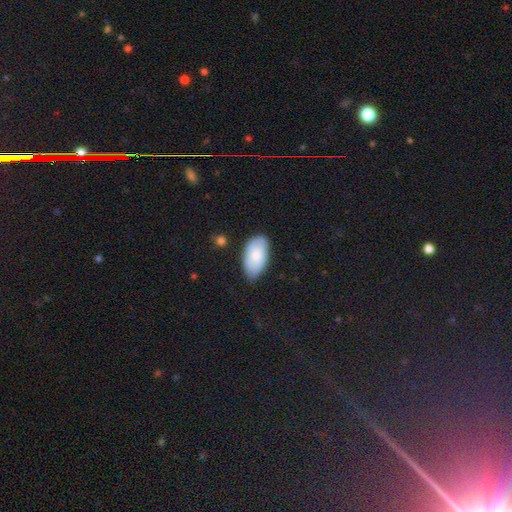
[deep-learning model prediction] smooth-or-featured: smooth: 81% | featured or disk: 13% | star or artifact: 6%
  how-rounded: in between: 95% | round: 3% | cigar-shaped: 2%
  merging: none: 73% | minor disturbance: 21% | major disturbance: 4% | merger: 2%